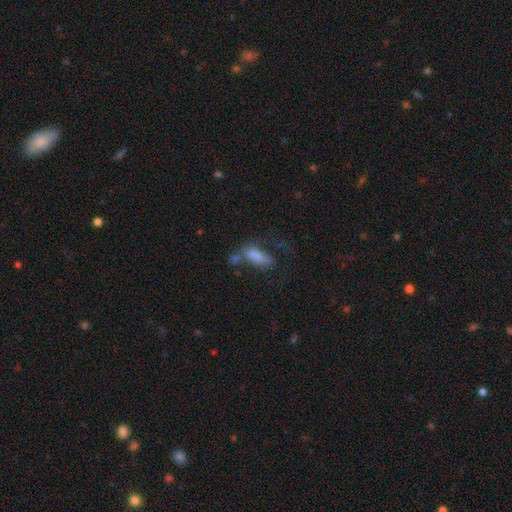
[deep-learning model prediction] This is likely a smooth galaxy (76%). How rounded: likely in between (75%). Merging: marginally none (36%).